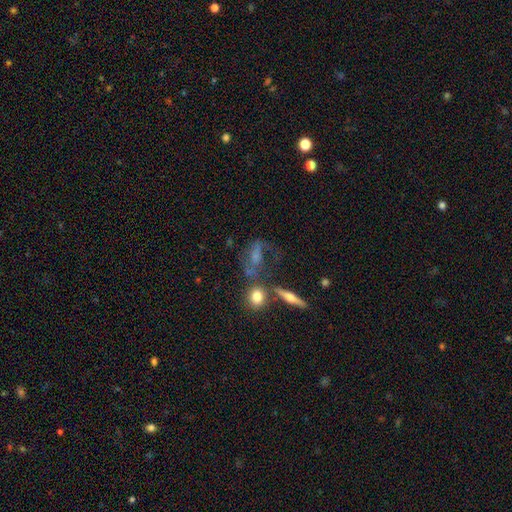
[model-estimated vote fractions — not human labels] Smooth or featured?
  - featured or disk: 47% *
  - smooth: 38%
  - star or artifact: 15%
Merging?
  - none: 42% *
  - major disturbance: 22%
  - minor disturbance: 19%
  - merger: 17%